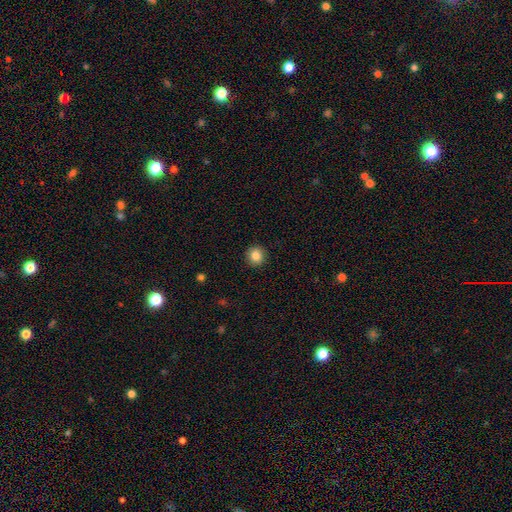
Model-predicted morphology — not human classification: Smooth or featured?
  - smooth: 84% *
  - star or artifact: 10%
  - featured or disk: 6%
How rounded?
  - round: 93% *
  - in between: 6%
  - cigar-shaped: 1%
Merging?
  - none: 93% *
  - minor disturbance: 5%
  - major disturbance: 2%
  - merger: 1%